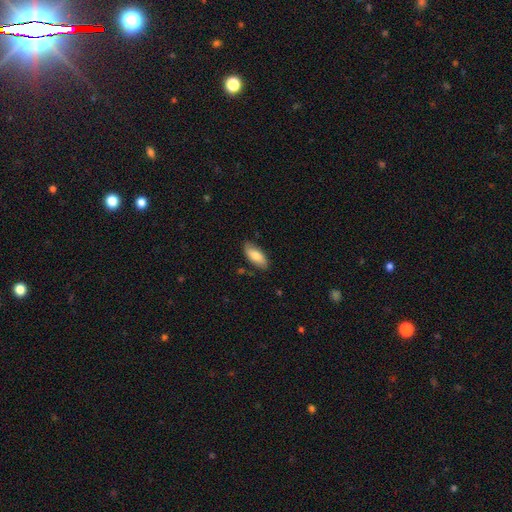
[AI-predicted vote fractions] Overall: smooth (78%). How rounded: in between (85%). Merging: none (81%).